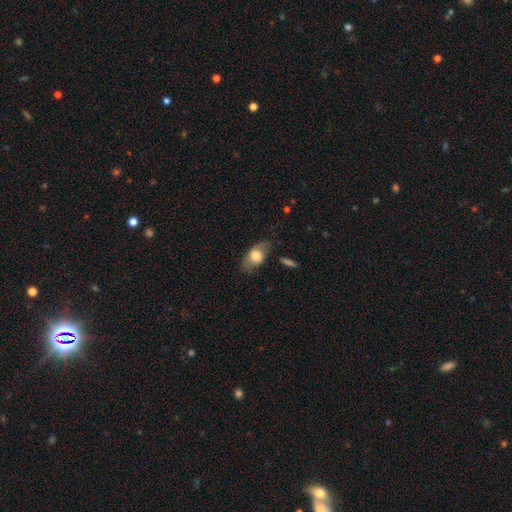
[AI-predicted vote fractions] Overall: smooth (67%). How rounded: in between (87%). Merging: none (69%).